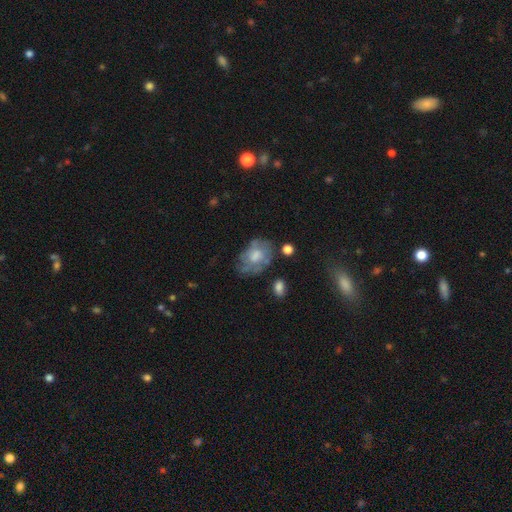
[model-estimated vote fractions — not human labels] Smooth or featured? featured or disk (48%)
Merging? none (50%)